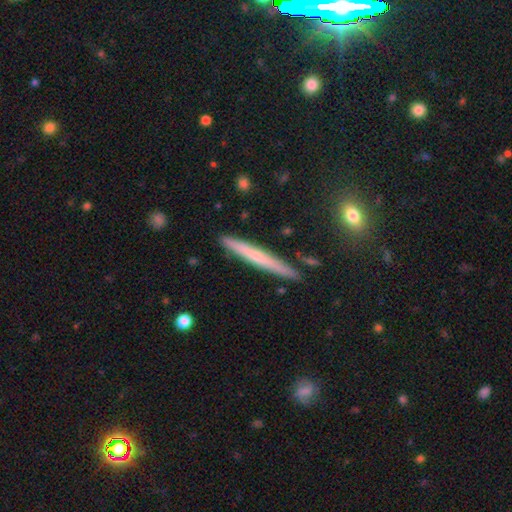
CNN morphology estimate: type=smooth (51%); roundness=cigar-shaped (96%); merging=none (89%).